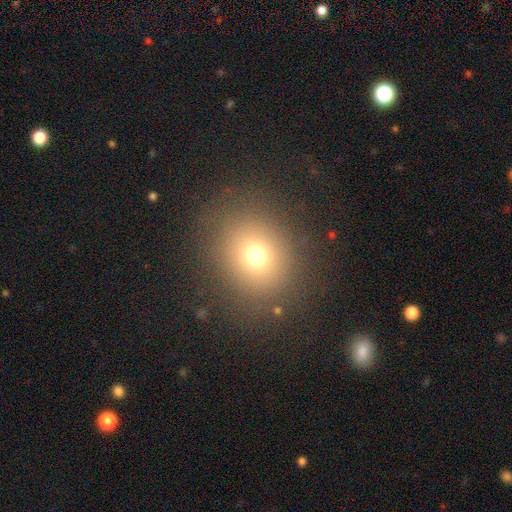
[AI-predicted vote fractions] Overall: smooth (70%). How rounded: round (72%). Merging: none (83%).